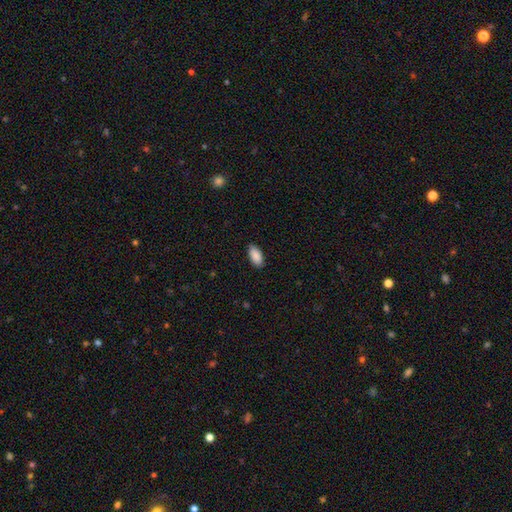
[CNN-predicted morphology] smooth 90%, star or artifact 6%, featured or disk 4%. Down the decision tree: how rounded — in between (94%); merging — none (87%).